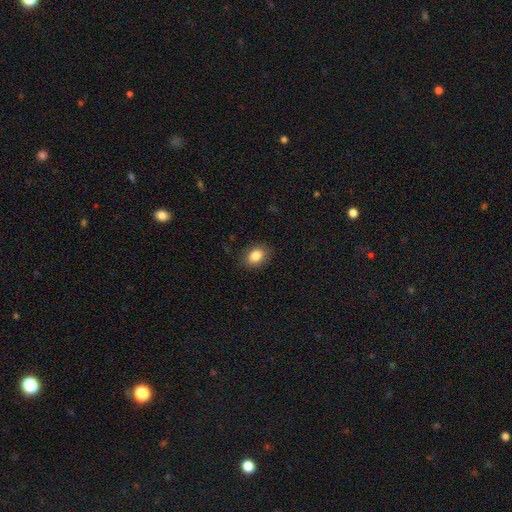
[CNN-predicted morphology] Overall: smooth (84%). How rounded: in between (68%; round 31%). Merging: none (86%).